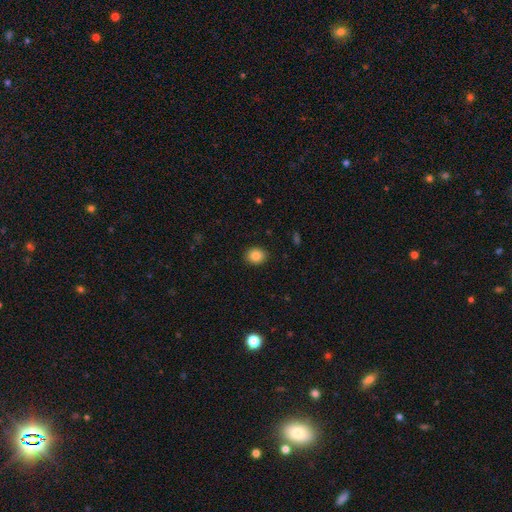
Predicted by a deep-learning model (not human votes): A smooth galaxy with no disk features (85%) that is round (66%).

Vote fractions:
- Smooth or featured? smooth: 85% / star or artifact: 9% / featured or disk: 5%
- How rounded? round: 66% / in between: 33% / cigar-shaped: 1%
- Merging? none: 91% / minor disturbance: 7% / major disturbance: 2% / merger: 1%